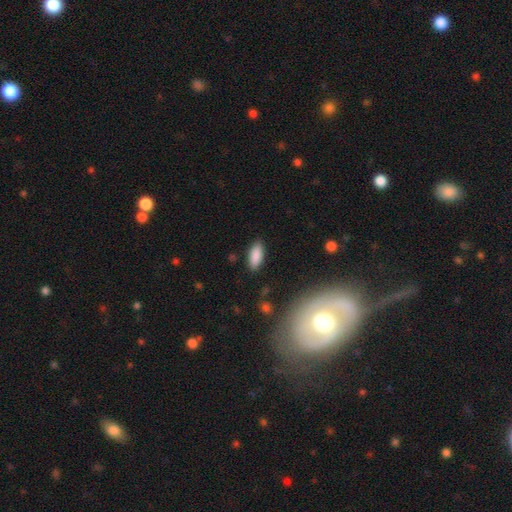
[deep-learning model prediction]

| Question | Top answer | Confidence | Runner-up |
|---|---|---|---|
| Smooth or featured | smooth | 87% | star or artifact (7%) |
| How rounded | in between | 82% | cigar-shaped (17%) |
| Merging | none | 87% | minor disturbance (10%) |